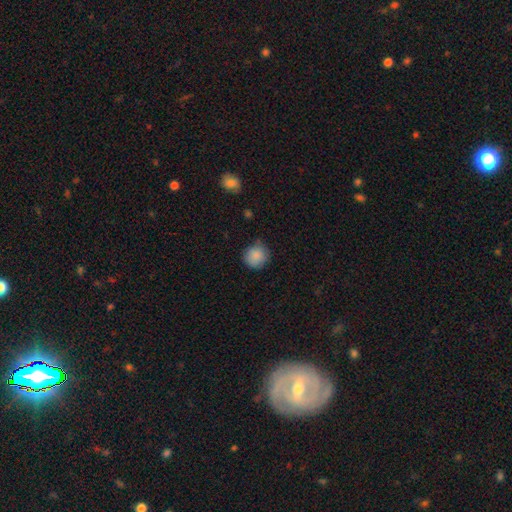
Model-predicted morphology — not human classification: smooth_or_featured: smooth (p=0.87) [alt: star or artifact p=0.08]
how_rounded: round (p=0.90) [alt: in between p=0.09]
merging: none (p=0.77) [alt: minor disturbance p=0.18]